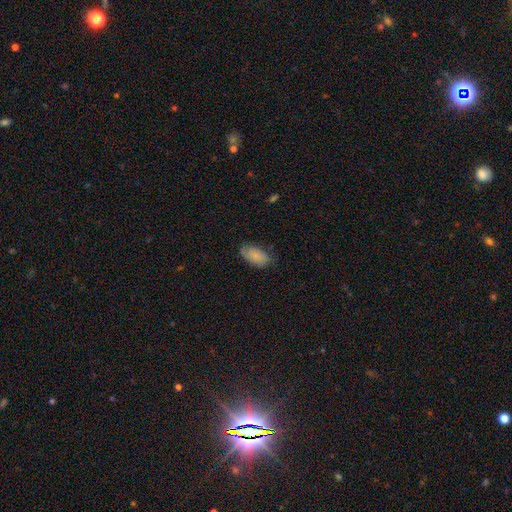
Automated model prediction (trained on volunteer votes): This is likely a smooth galaxy (78%). How rounded: clearly in between (93%). Merging: likely none (70%).